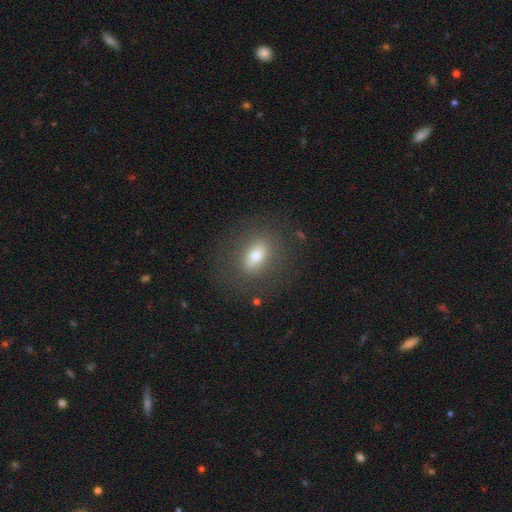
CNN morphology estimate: Smooth or featured: smooth — 64% (featured or disk — 25%)
How rounded: in between — 68% (round — 27%)
Merging: none — 81% (minor disturbance — 12%)